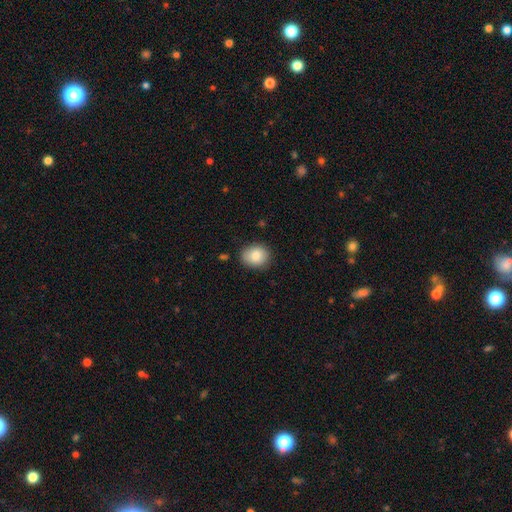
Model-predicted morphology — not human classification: A smooth galaxy with no disk features (85%) that is round (58%).

Vote fractions:
- Smooth or featured? smooth: 85% / star or artifact: 8% / featured or disk: 7%
- How rounded? round: 58% / in between: 41% / cigar-shaped: 1%
- Merging? none: 83% / minor disturbance: 13% / major disturbance: 3% / merger: 1%